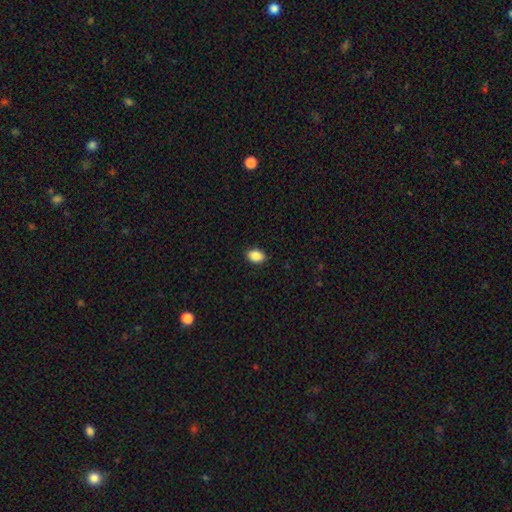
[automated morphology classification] Smooth or featured?
  - smooth: 88% *
  - star or artifact: 8%
  - featured or disk: 3%
How rounded?
  - in between: 81% *
  - round: 18%
  - cigar-shaped: 1%
Merging?
  - none: 89% *
  - minor disturbance: 8%
  - major disturbance: 2%
  - merger: 1%